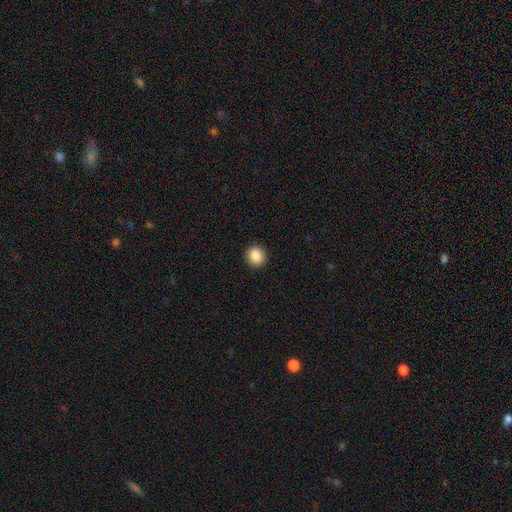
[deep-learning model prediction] Smooth or featured: smooth — 87% (star or artifact — 9%)
How rounded: round — 81% (in between — 18%)
Merging: none — 91% (minor disturbance — 6%)